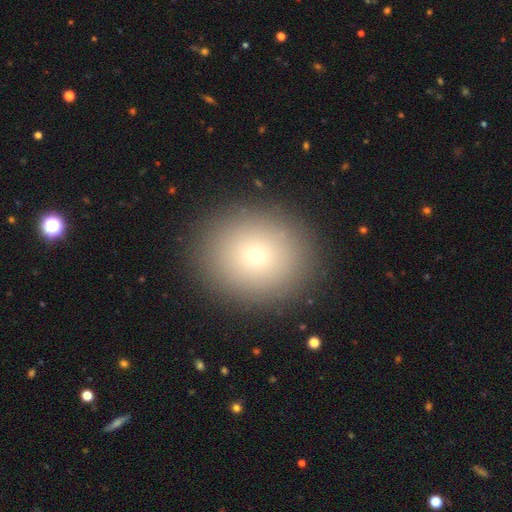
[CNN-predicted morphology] type=smooth (74%); roundness=round (73%); merging=none (89%).